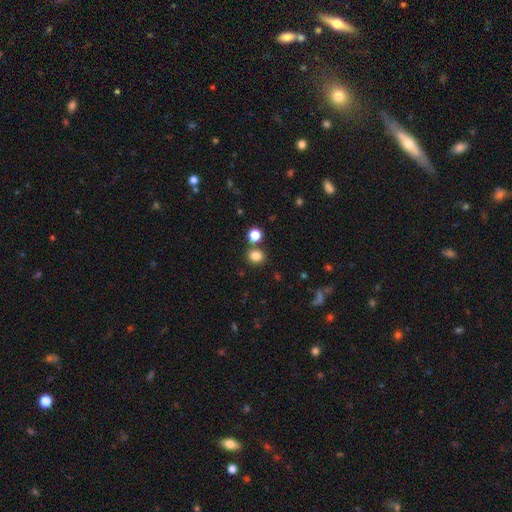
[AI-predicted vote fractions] Smooth or featured?
  - smooth: 82% *
  - star or artifact: 13%
  - featured or disk: 5%
How rounded?
  - round: 79% *
  - in between: 21%
  - cigar-shaped: 1%
Merging?
  - none: 77% *
  - merger: 13%
  - minor disturbance: 8%
  - major disturbance: 3%